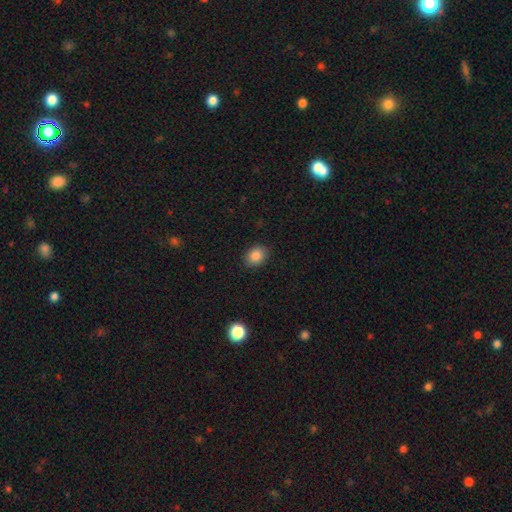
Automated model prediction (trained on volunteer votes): smooth 86%, star or artifact 9%, featured or disk 5%. Down the decision tree: how rounded — in between (58%); merging — none (88%).